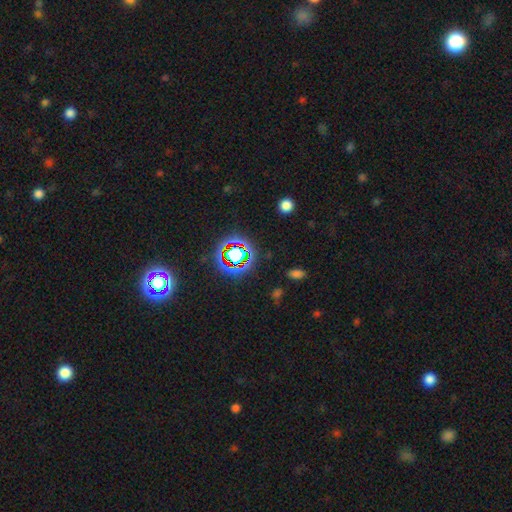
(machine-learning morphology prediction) Smooth or featured?
  - star or artifact: 78% *
  - smooth: 13%
  - featured or disk: 9%